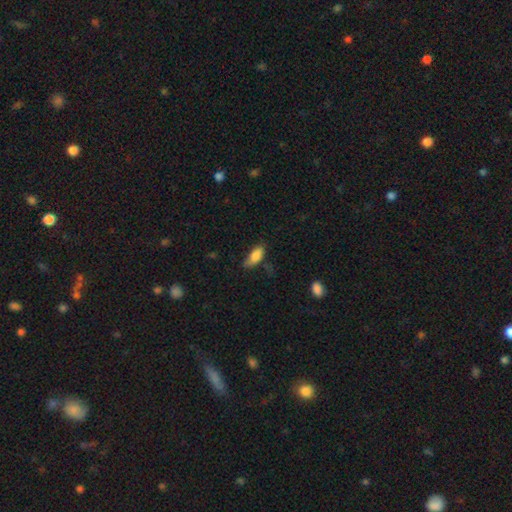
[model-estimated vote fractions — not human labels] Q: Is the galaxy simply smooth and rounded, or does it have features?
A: smooth — 84%.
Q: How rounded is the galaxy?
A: in between — 83%.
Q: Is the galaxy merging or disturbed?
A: none — 57%.